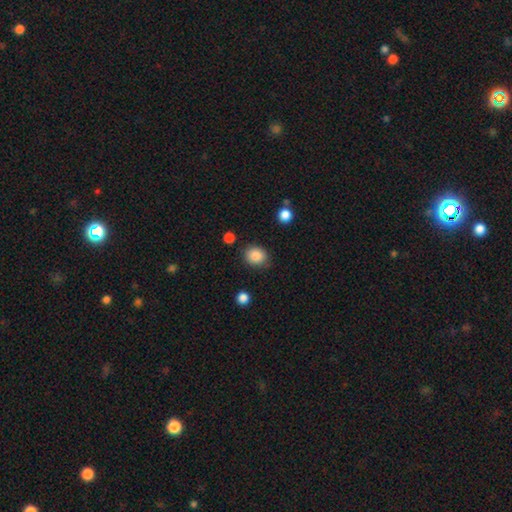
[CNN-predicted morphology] A smooth galaxy with no disk features (87%) that is round (65%). Merging: none (82%).